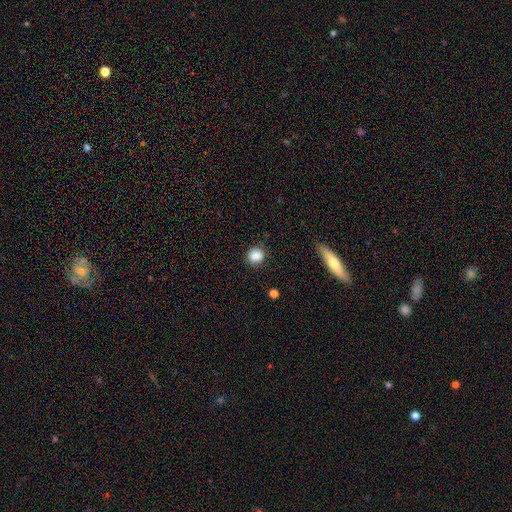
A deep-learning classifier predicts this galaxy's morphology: smooth-or-featured: smooth: 86% | star or artifact: 9% | featured or disk: 5%
  how-rounded: round: 83% | in between: 15% | cigar-shaped: 1%
  merging: none: 82% | minor disturbance: 12% | major disturbance: 4% | merger: 2%